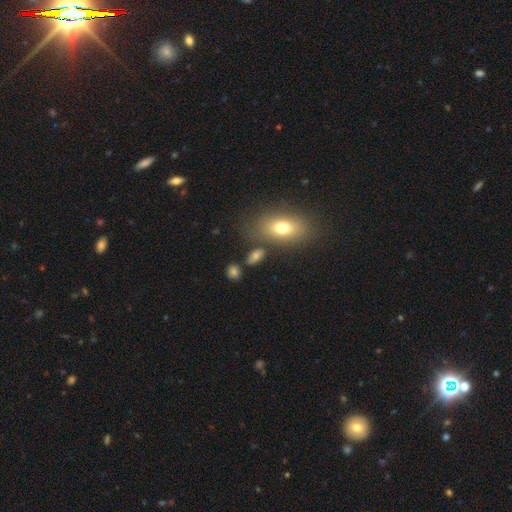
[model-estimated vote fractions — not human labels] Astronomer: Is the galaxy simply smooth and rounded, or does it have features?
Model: smooth — 70%.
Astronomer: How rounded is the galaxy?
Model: in between — 70%.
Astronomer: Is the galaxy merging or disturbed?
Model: none — 69%.